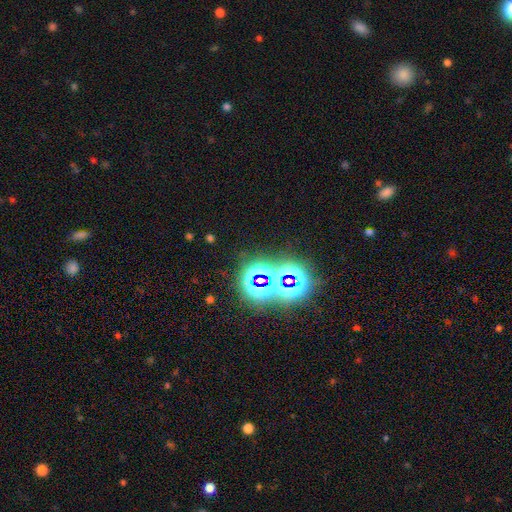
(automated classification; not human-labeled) Morphology: type=star or artifact (59%).